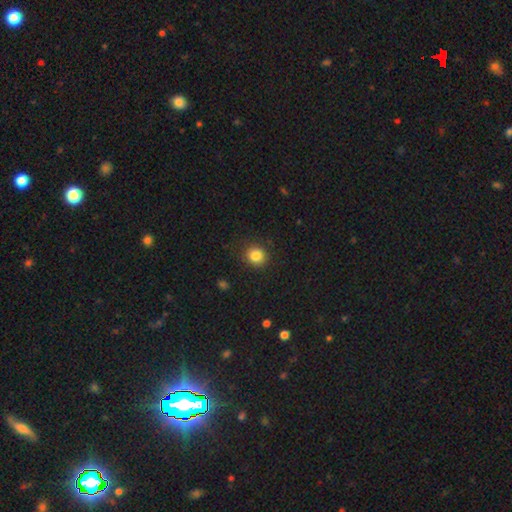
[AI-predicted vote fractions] The model was most divided on "how rounded": round: 85%, in between: 14%, cigar-shaped: 1%. More confident: merging — none (87%); smooth or featured — smooth (84%).